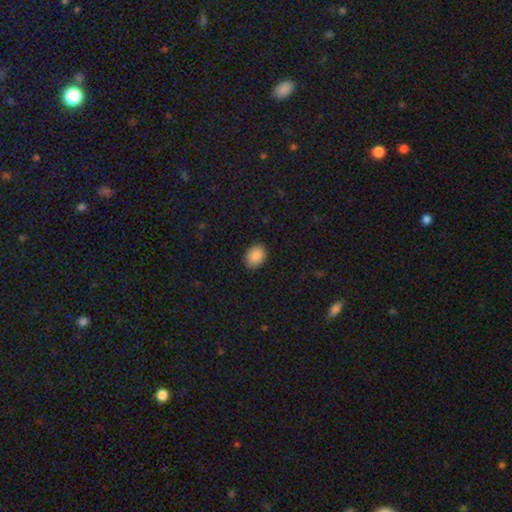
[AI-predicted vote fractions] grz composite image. It shows a smooth galaxy with no disk features (89%) that is in between round and cigar-shaped (72%). Merging: none (89%).